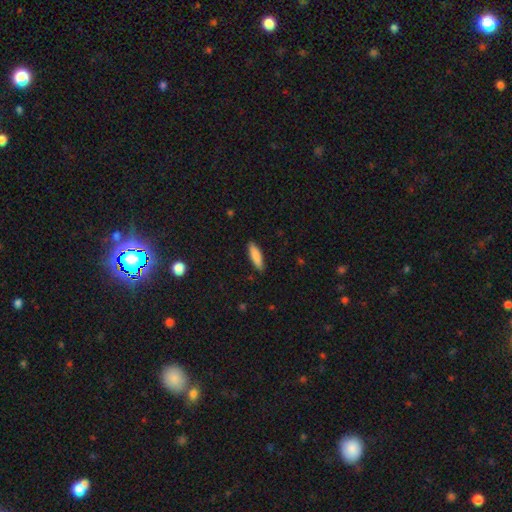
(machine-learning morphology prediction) smooth 85%, featured or disk 9%, star or artifact 6%. Down the decision tree: how rounded — cigar-shaped (62%); merging — none (89%).